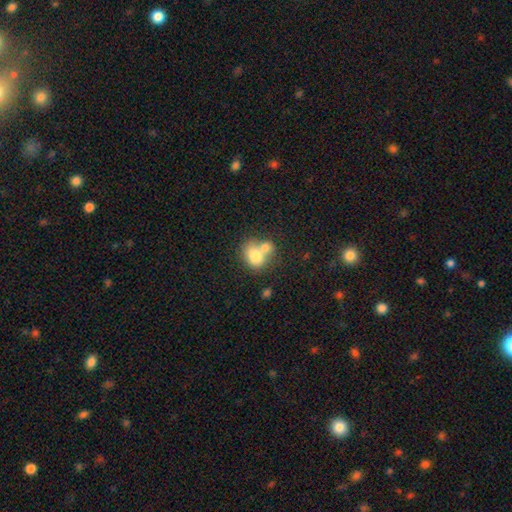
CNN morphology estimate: This appears to be a smooth galaxy with no disk features (76%) that is in between round and cigar-shaped (51%). Merging: merger (59%).